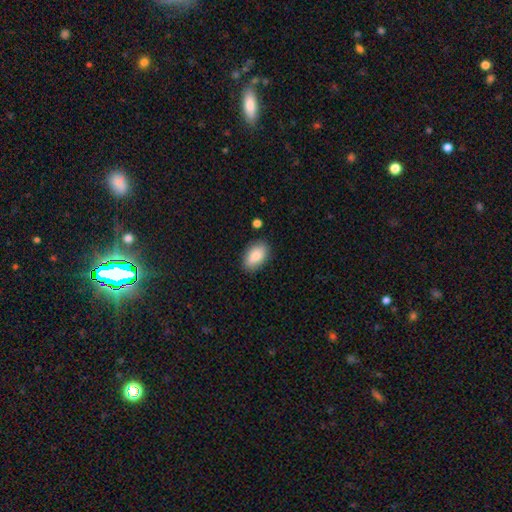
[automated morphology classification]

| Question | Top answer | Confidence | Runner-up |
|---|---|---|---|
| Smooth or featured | smooth | 85% | featured or disk (8%) |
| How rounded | in between | 91% | round (7%) |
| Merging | none | 83% | minor disturbance (13%) |